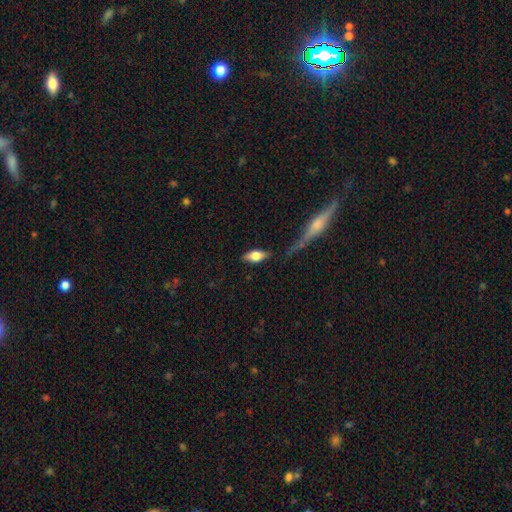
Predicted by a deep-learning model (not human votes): This appears to be a smooth galaxy with no disk features (67%) that is in between round and cigar-shaped (82%). Merging: none (76%).